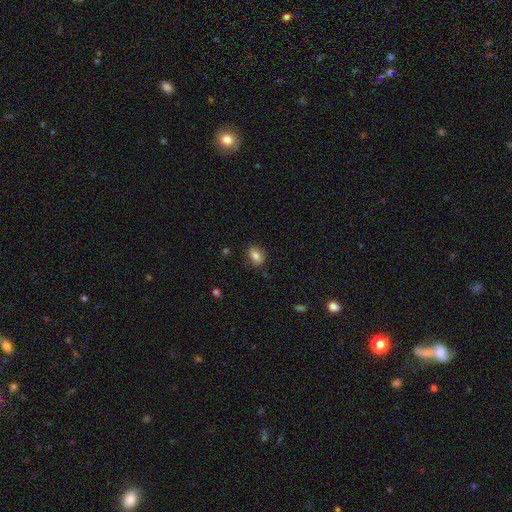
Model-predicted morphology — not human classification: type=smooth (83%); roundness=in between (75%); merging=none (83%).